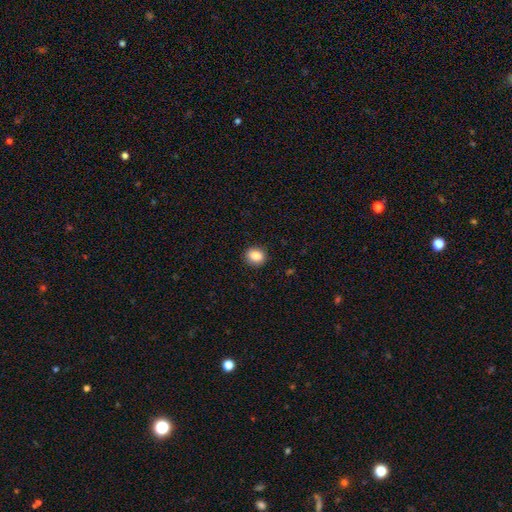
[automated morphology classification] type=smooth (85%); roundness=round (65%); merging=none (91%).